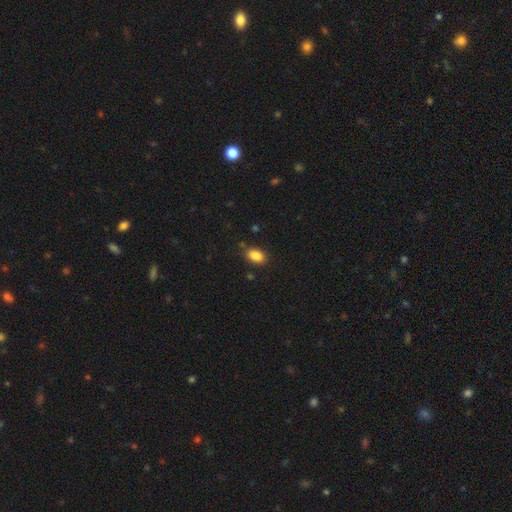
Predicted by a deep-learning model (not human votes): Smooth or featured?
  - smooth: 88% *
  - star or artifact: 9%
  - featured or disk: 4%
How rounded?
  - in between: 90% *
  - round: 8%
  - cigar-shaped: 2%
Merging?
  - none: 83% *
  - minor disturbance: 12%
  - major disturbance: 3%
  - merger: 2%